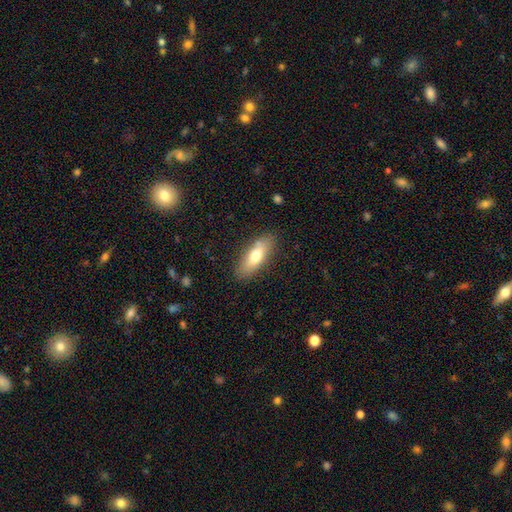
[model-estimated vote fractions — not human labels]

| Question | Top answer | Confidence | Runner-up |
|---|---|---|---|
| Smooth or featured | smooth | 70% | featured or disk (23%) |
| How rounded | in between | 61% | cigar-shaped (36%) |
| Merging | none | 84% | minor disturbance (12%) |